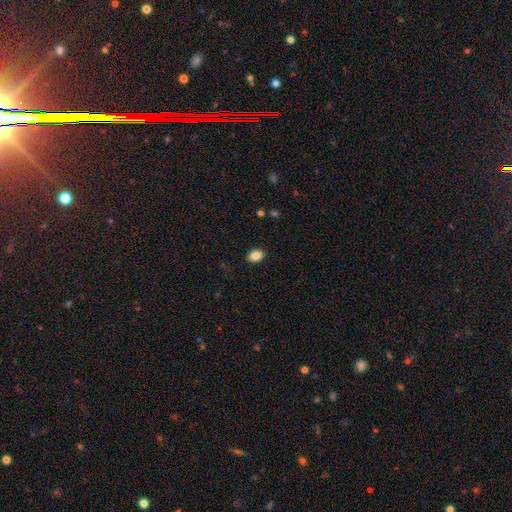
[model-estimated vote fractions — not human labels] This appears to be a smooth galaxy with no disk features (87%) that is in between round and cigar-shaped (78%). Merging: none (88%).